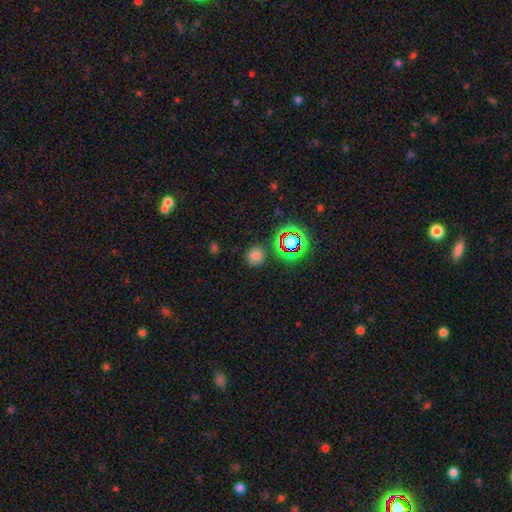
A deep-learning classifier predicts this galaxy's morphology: smooth_or_featured: smooth (p=0.70) [alt: star or artifact p=0.23]
how_rounded: round (p=0.90) [alt: in between p=0.09]
merging: none (p=0.84) [alt: minor disturbance p=0.10]